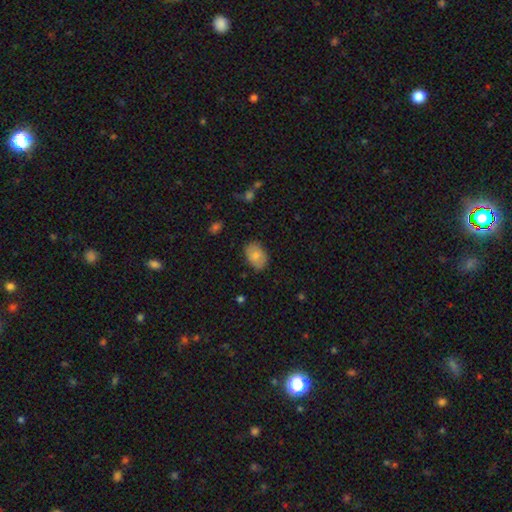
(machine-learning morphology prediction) Smooth or featured: smooth — 80% (featured or disk — 13%)
How rounded: in between — 82% (round — 17%)
Merging: none — 82% (minor disturbance — 14%)